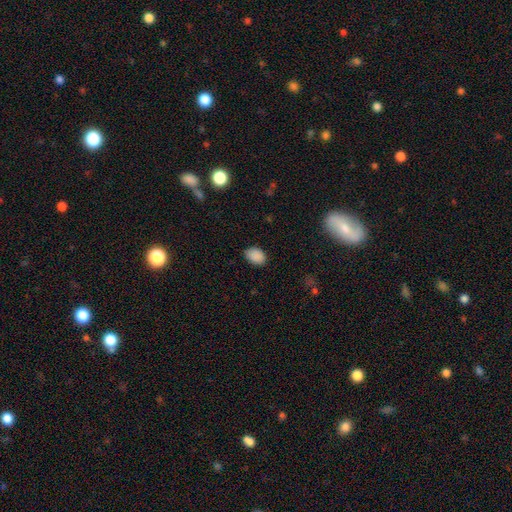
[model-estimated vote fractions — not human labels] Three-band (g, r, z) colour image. It shows a smooth galaxy with no disk features (89%) that is in between round and cigar-shaped (78%). Merging: none (85%).